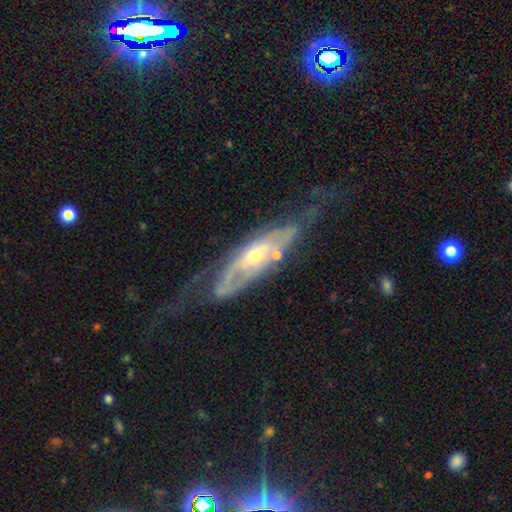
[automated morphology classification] A featured or disk galaxy (82%) with no bar (61%), spiral arms (80%) and a moderate central bulge (52%).

Vote fractions:
- Smooth or featured? featured or disk: 82% / smooth: 12% / star or artifact: 6%
- Edge-on disk? no: 71% / yes: 29%
- Bar? no: 61% / weak: 27% / strong: 11%
- Spiral arms? yes: 80% / no: 20%
- Bulge size? moderate: 52% / small: 41% / large: 4% / none: 2% / dominant: 1%
- Merging? none: 51% / major disturbance: 23% / minor disturbance: 22% / merger: 4%